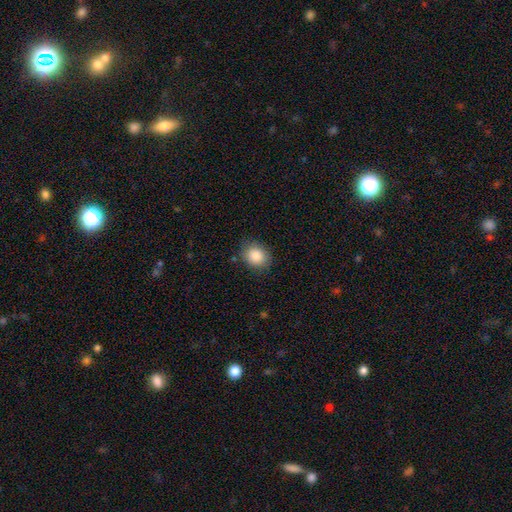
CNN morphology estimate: Smooth or featured? Predicted: smooth (p=0.86). How rounded? Predicted: round (p=0.54). Merging? Predicted: none (p=0.82).